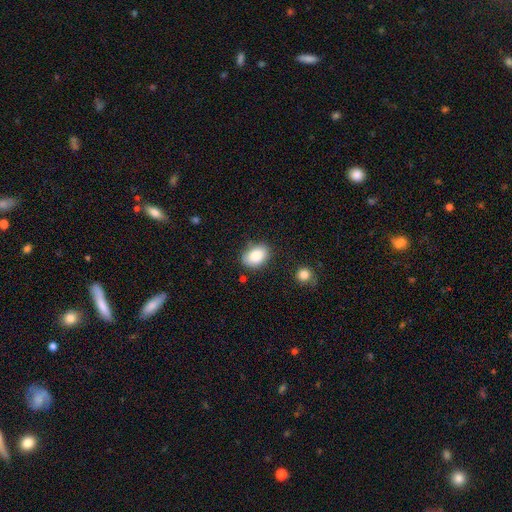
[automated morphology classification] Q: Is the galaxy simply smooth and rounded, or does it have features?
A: smooth — 85%.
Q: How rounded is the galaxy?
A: in between — 80%.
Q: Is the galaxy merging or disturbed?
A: none — 80%.